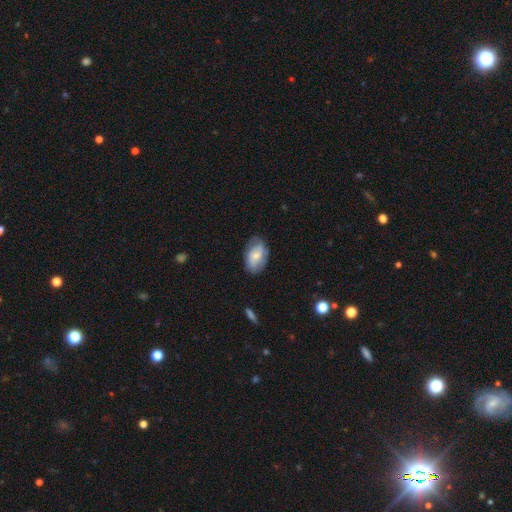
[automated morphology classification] This is possibly a smooth galaxy (59%). How rounded: clearly in between (89%). Merging: likely none (70%).